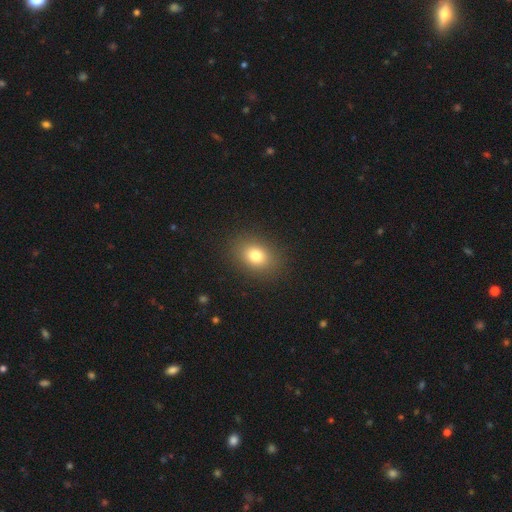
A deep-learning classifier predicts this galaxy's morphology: Q: Smooth or featured?
A: smooth (79%); runner-up: star or artifact (12%)
Q: How rounded?
A: in between (63%); runner-up: round (36%)
Q: Merging?
A: none (88%); runner-up: minor disturbance (8%)